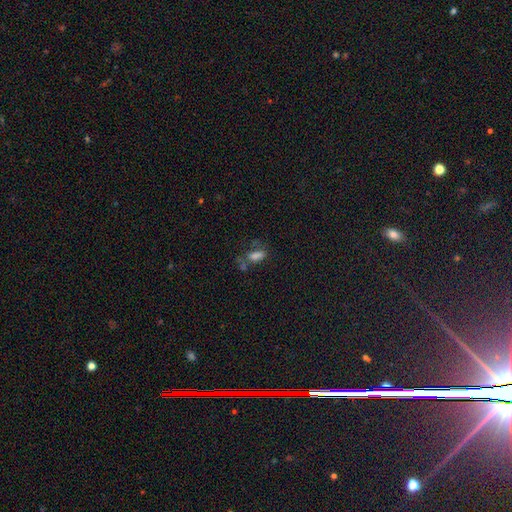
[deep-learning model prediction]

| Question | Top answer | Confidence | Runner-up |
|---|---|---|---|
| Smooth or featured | smooth | 67% | star or artifact (22%) |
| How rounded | in between | 77% | cigar-shaped (15%) |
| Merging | none | 44% | merger (21%) |